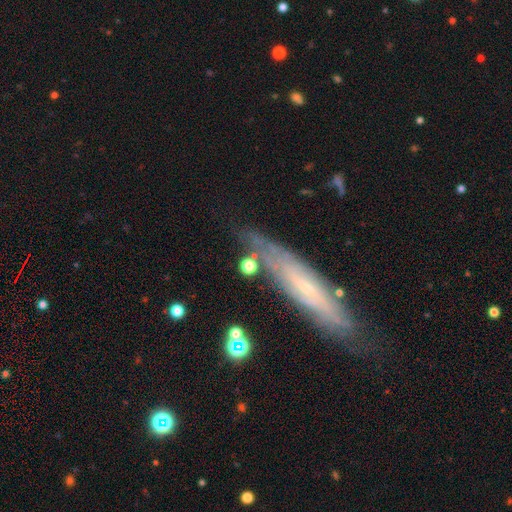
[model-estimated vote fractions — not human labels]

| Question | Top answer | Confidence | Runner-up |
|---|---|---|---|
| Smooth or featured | featured or disk | 57% | smooth (31%) |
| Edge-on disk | yes | 51% | no (49%) |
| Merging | none | 73% | minor disturbance (17%) |